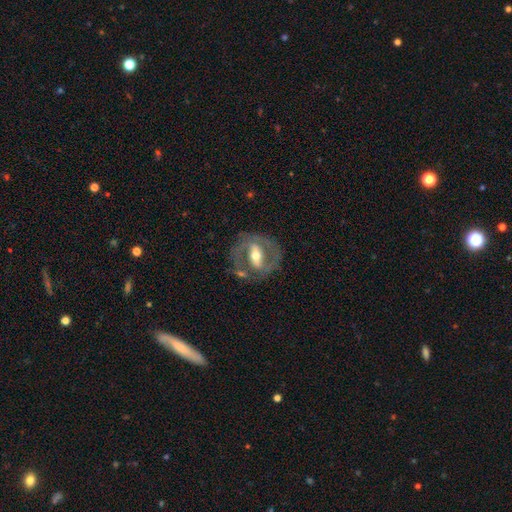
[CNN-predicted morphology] featured or disk 78%, smooth 17%, star or artifact 6%. Down the decision tree: edge-on disk — no (91%); bar — strong (55%); spiral arms — yes (65%); bulge size — moderate (68%); merging — none (69%).